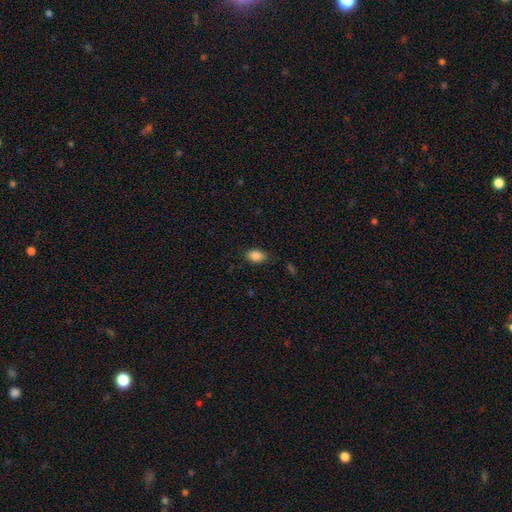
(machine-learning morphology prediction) Smooth or featured?
  - smooth: 87% *
  - star or artifact: 9%
  - featured or disk: 5%
How rounded?
  - in between: 85% *
  - round: 13%
  - cigar-shaped: 2%
Merging?
  - none: 80% *
  - minor disturbance: 15%
  - major disturbance: 3%
  - merger: 1%